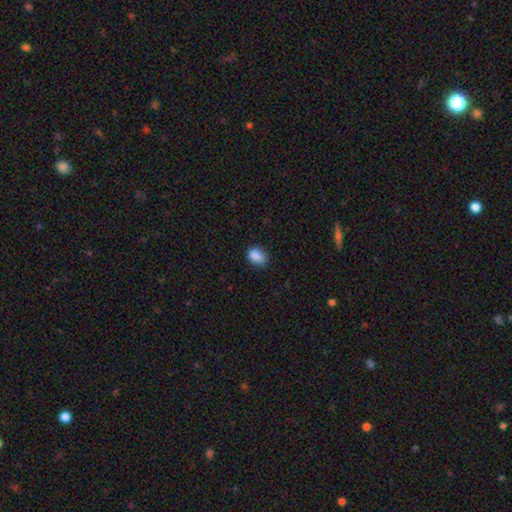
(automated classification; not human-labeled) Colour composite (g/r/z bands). It shows a smooth galaxy with no disk features (87%) that is in between round and cigar-shaped (72%). Merging: none (74%).